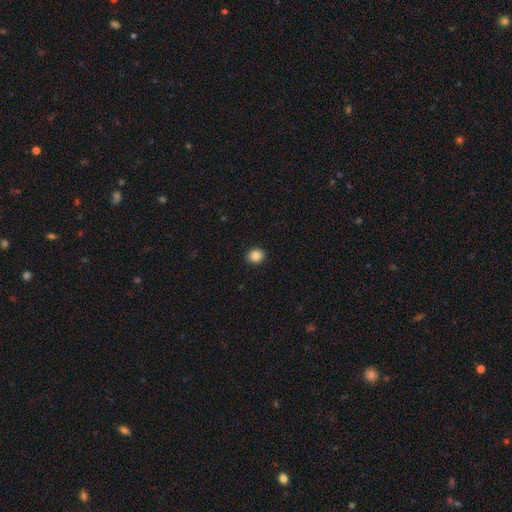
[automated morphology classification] Q: Smooth or featured?
A: smooth (85%); runner-up: star or artifact (9%)
Q: How rounded?
A: round (64%); runner-up: in between (35%)
Q: Merging?
A: none (92%); runner-up: minor disturbance (6%)